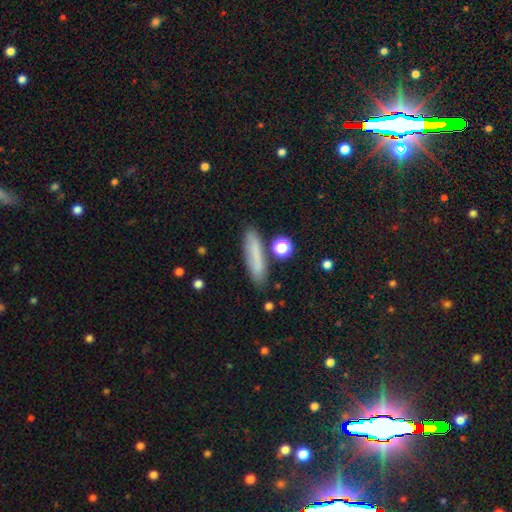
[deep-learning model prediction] A smooth galaxy with no disk features (75%) that is cigar-shaped (77%).

Vote fractions:
- Smooth or featured? smooth: 75% / featured or disk: 16% / star or artifact: 9%
- How rounded? cigar-shaped: 77% / in between: 20% / round: 3%
- Merging? none: 79% / minor disturbance: 13% / merger: 4% / major disturbance: 4%